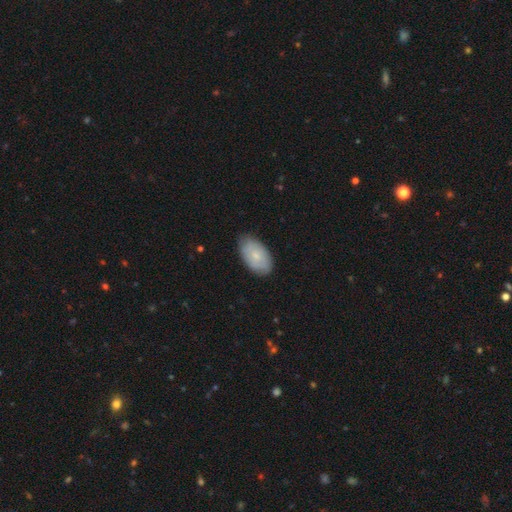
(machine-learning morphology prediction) type=smooth (69%); roundness=in between (94%); merging=none (79%).